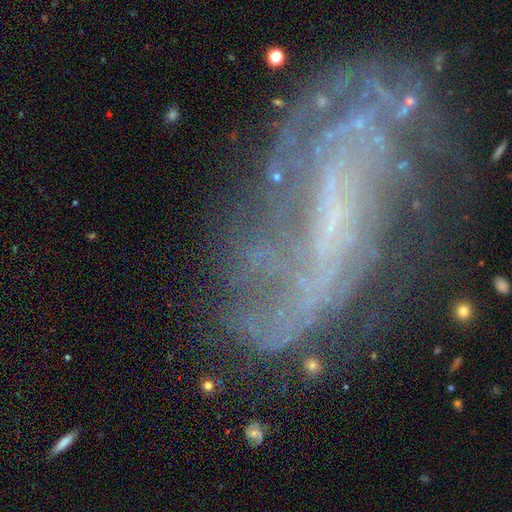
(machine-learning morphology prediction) Q: Smooth or featured?
A: featured or disk (73%); runner-up: star or artifact (16%)
Q: Edge-on disk?
A: no (92%); runner-up: yes (8%)
Q: Bar?
A: no (38%); runner-up: weak (32%)
Q: Spiral arms?
A: yes (81%); runner-up: no (19%)
Q: Spiral winding?
A: tight (37%); runner-up: medium (36%)
Q: Spiral arm count?
A: 2 (36%); runner-up: can't tell (28%)
Q: Bulge size?
A: small (51%); runner-up: none (27%)
Q: Merging?
A: none (58%); runner-up: major disturbance (19%)